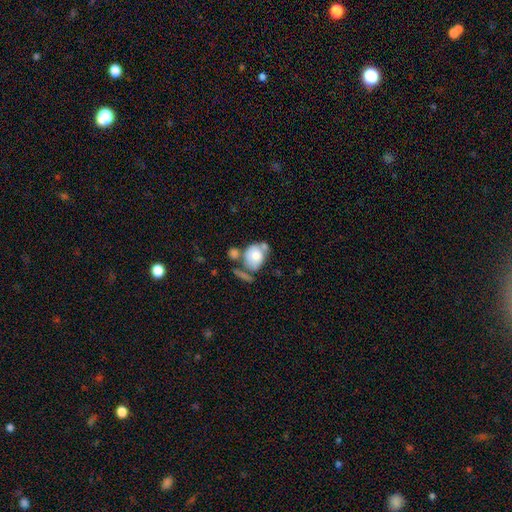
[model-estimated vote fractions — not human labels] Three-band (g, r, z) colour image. It shows a smooth galaxy with no disk features (72%) that is in between round and cigar-shaped (61%). Merging: merger (38%).